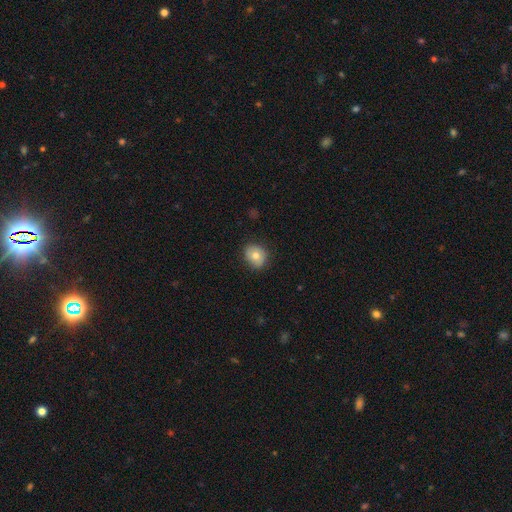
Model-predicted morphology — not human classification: Smooth or featured?
  - smooth: 73% *
  - featured or disk: 18%
  - star or artifact: 9%
How rounded?
  - round: 71% *
  - in between: 28%
  - cigar-shaped: 1%
Merging?
  - none: 82% *
  - minor disturbance: 14%
  - major disturbance: 3%
  - merger: 1%